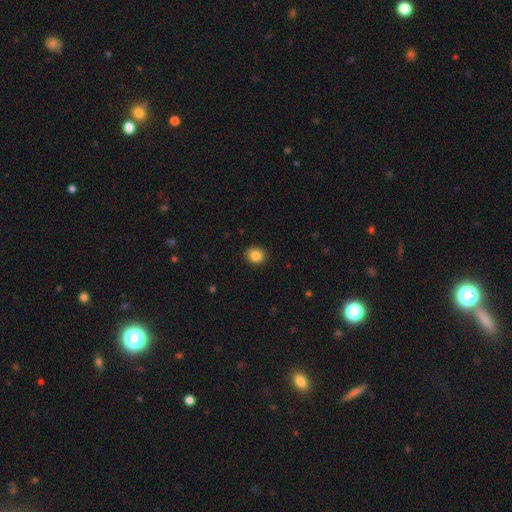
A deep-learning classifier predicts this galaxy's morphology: A smooth galaxy with no disk features (85%) that is round (77%).

Vote fractions:
- Smooth or featured? smooth: 85% / star or artifact: 10% / featured or disk: 5%
- How rounded? round: 77% / in between: 22% / cigar-shaped: 1%
- Merging? none: 91% / minor disturbance: 6% / major disturbance: 2% / merger: 1%